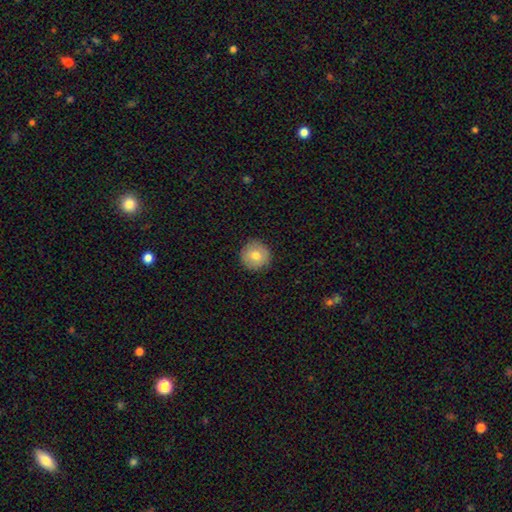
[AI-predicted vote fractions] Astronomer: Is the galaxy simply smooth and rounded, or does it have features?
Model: smooth — 75%.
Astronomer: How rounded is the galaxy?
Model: round — 95%.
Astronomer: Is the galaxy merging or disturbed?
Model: none — 89%.